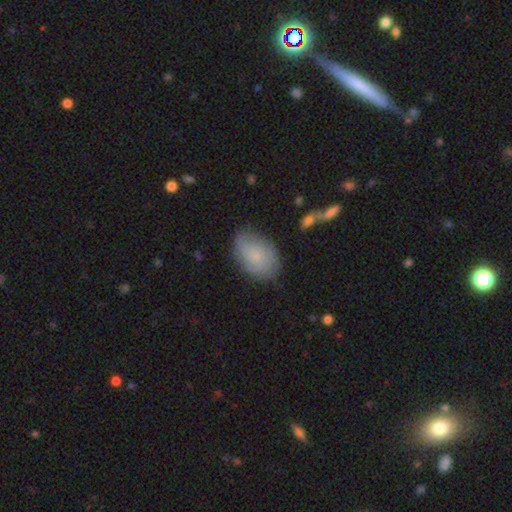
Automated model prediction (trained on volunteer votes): A smooth galaxy with no disk features (62%) that is in between round and cigar-shaped (83%).

Vote fractions:
- Smooth or featured? smooth: 62% / featured or disk: 30% / star or artifact: 8%
- How rounded? in between: 83% / round: 16% / cigar-shaped: 1%
- Merging? none: 69% / minor disturbance: 23% / major disturbance: 7% / merger: 2%